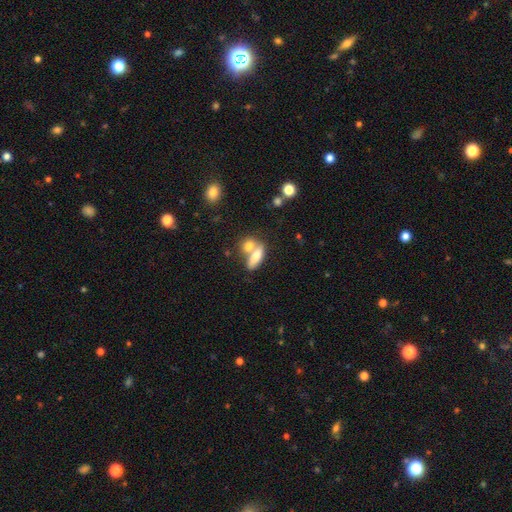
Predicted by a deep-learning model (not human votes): A smooth galaxy with no disk features (75%) that is in between round and cigar-shaped (69%).

Vote fractions:
- Smooth or featured? smooth: 75% / featured or disk: 17% / star or artifact: 8%
- How rounded? in between: 69% / cigar-shaped: 23% / round: 8%
- Merging? merger: 53% / none: 33% / minor disturbance: 9% / major disturbance: 5%